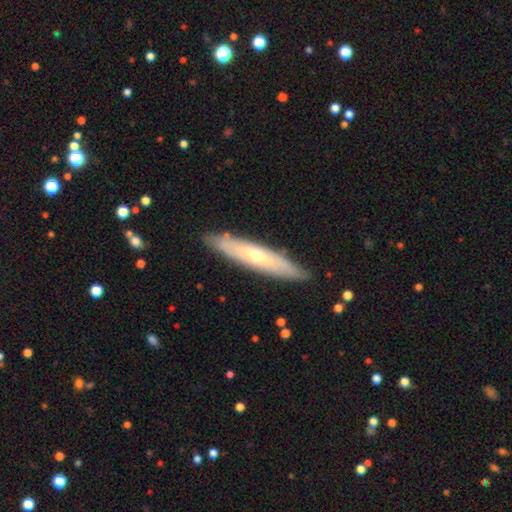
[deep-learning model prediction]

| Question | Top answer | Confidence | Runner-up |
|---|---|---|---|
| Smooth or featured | featured or disk | 52% | smooth (42%) |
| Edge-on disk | yes | 68% | no (32%) |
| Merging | none | 86% | minor disturbance (11%) |